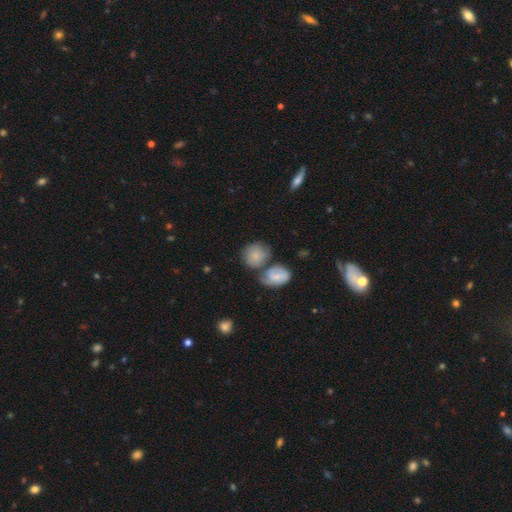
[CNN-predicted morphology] This is likely a smooth galaxy (60%). How rounded: likely round (68%). Merging: marginally merger (44%).